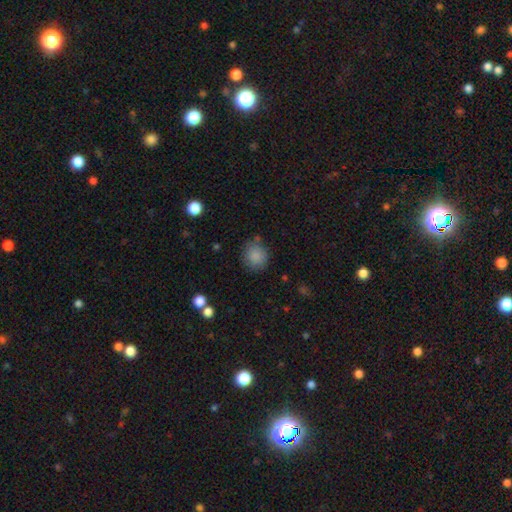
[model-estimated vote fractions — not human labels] Overall: smooth (86%). How rounded: round (84%). Merging: none (78%).